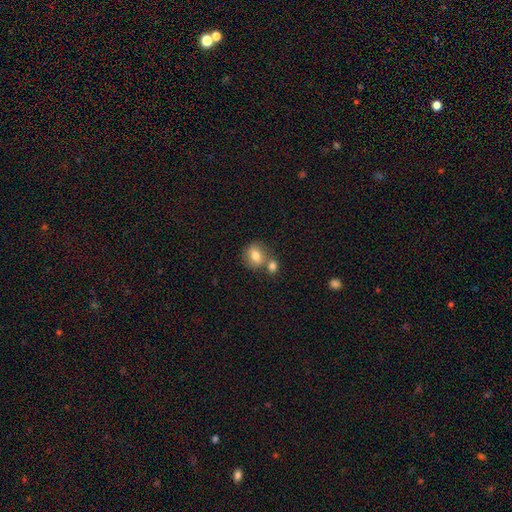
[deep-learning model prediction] Morphology: type=smooth (78%); roundness=round (54%); merging=none (48%).